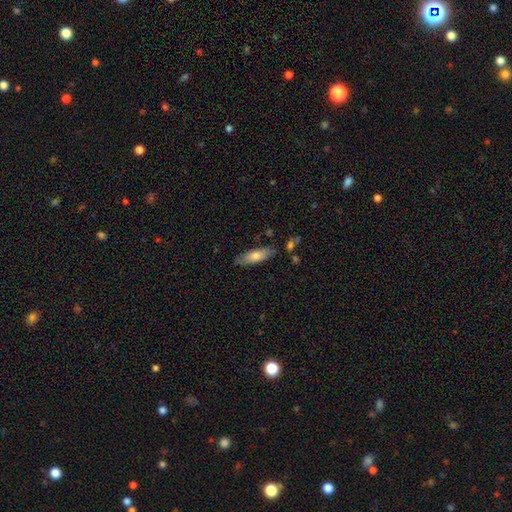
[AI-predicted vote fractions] Smooth or featured? Predicted: smooth (p=0.70). How rounded? Predicted: in between (p=0.49, tied with cigar-shaped). Merging? Predicted: none (p=0.81).